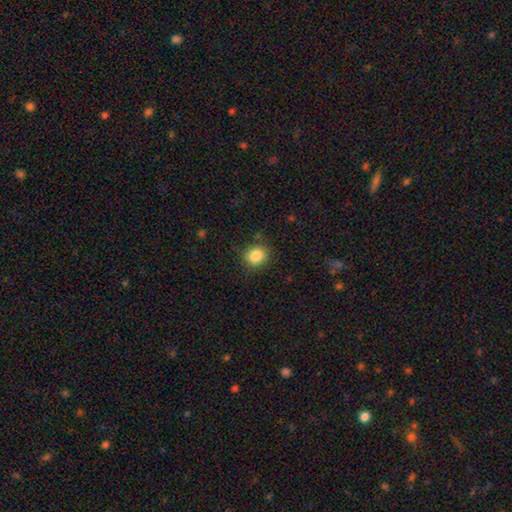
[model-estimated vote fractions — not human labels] Smooth or featured?
  - smooth: 85% *
  - star or artifact: 10%
  - featured or disk: 5%
How rounded?
  - round: 73% *
  - in between: 26%
  - cigar-shaped: 1%
Merging?
  - none: 85% *
  - minor disturbance: 10%
  - major disturbance: 3%
  - merger: 2%